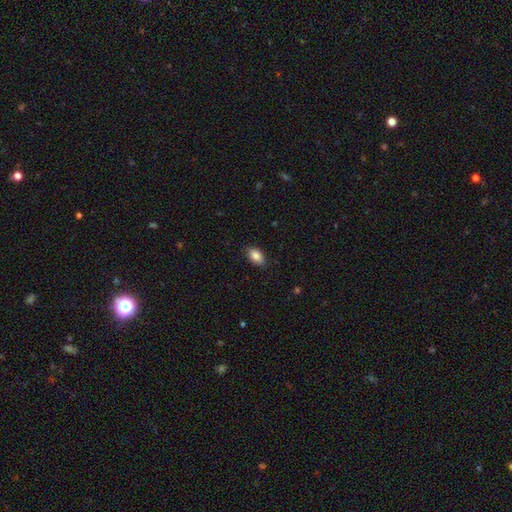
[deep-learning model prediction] A smooth galaxy with no disk features (86%) that is in between round and cigar-shaped (91%).

Vote fractions:
- Smooth or featured? smooth: 86% / star or artifact: 8% / featured or disk: 6%
- How rounded? in between: 91% / round: 7% / cigar-shaped: 2%
- Merging? none: 85% / minor disturbance: 11% / major disturbance: 2% / merger: 1%